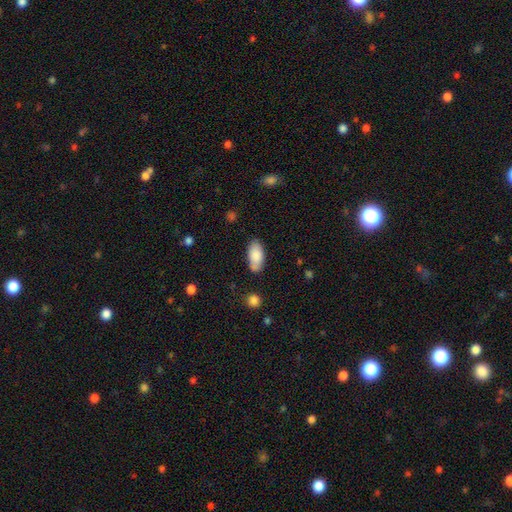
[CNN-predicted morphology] Q: Smooth or featured?
A: smooth (86%); runner-up: featured or disk (8%)
Q: How rounded?
A: in between (91%); runner-up: cigar-shaped (6%)
Q: Merging?
A: none (79%); runner-up: minor disturbance (15%)